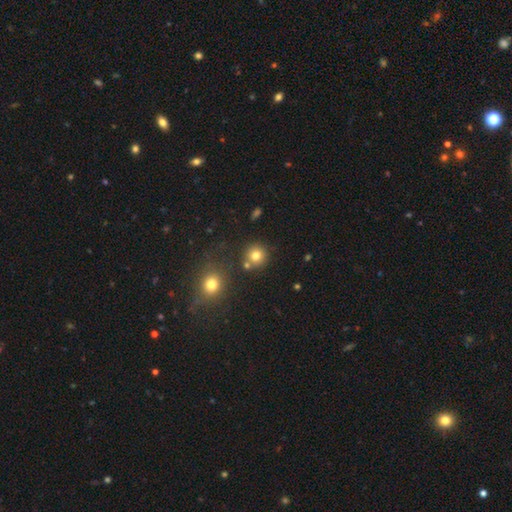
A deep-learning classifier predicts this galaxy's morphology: type=smooth (78%); roundness=round (92%); merging=none (79%).